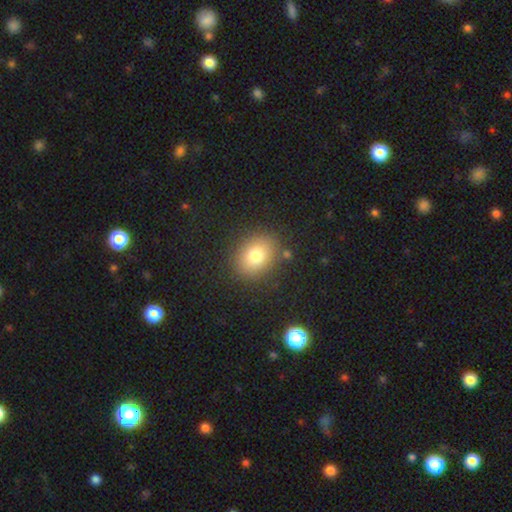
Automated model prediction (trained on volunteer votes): smooth 79%, star or artifact 11%, featured or disk 10%. Down the decision tree: how rounded — in between (55%); merging — none (84%).